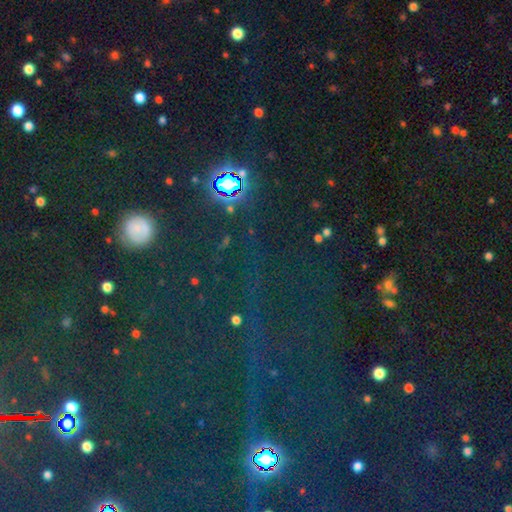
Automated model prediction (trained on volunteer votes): star or artifact 81%, smooth 12%, featured or disk 7%.